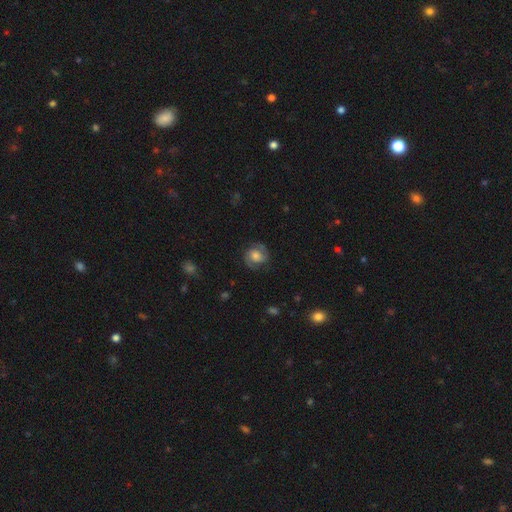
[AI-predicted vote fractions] Smooth or featured: featured or disk — 59% (smooth — 32%)
Edge-on disk: no — 97% (yes — 3%)
Bar: no — 61% (weak — 31%)
Spiral arms: yes — 90% (no — 10%)
Spiral winding: medium — 47% (tight — 35%)
Spiral arm count: 2 — 86% (can't tell — 7%)
Bulge size: moderate — 48% (large — 22%)
Merging: none — 75% (minor disturbance — 16%)